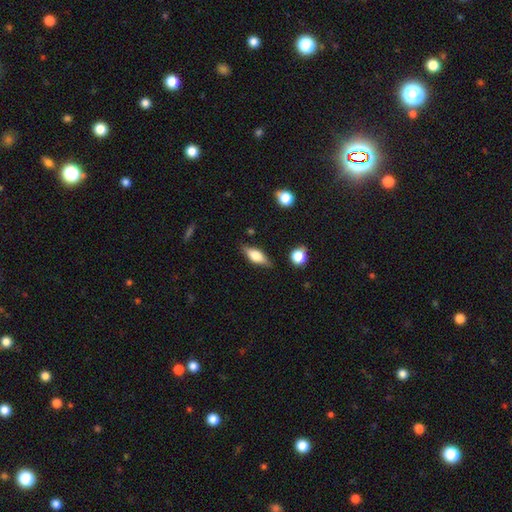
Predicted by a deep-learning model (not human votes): The model was most divided on "smooth or featured": smooth: 51%, featured or disk: 41%, star or artifact: 8%. More confident: merging — none (82%); how rounded — in between (65%).